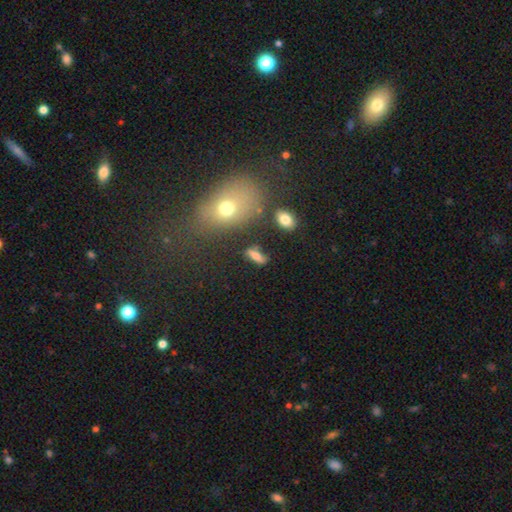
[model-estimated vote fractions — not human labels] Smooth or featured? Predicted: smooth (p=0.62). How rounded? Predicted: in between (p=0.52). Merging? Predicted: none (p=0.68).